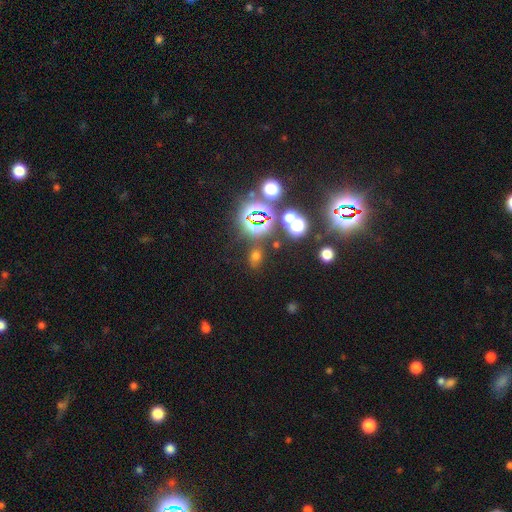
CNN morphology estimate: Overall: smooth (50%; star or artifact 42%). How rounded: in between (58%; round 40%). Merging: none (76%).